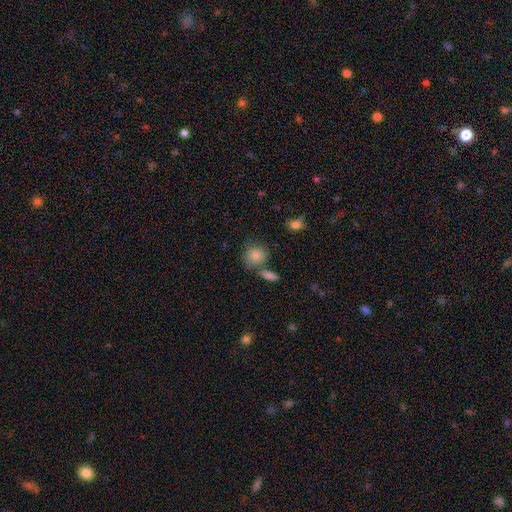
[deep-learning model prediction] smooth 84%, star or artifact 8%, featured or disk 7%. Down the decision tree: how rounded — round (74%); merging — none (61%).